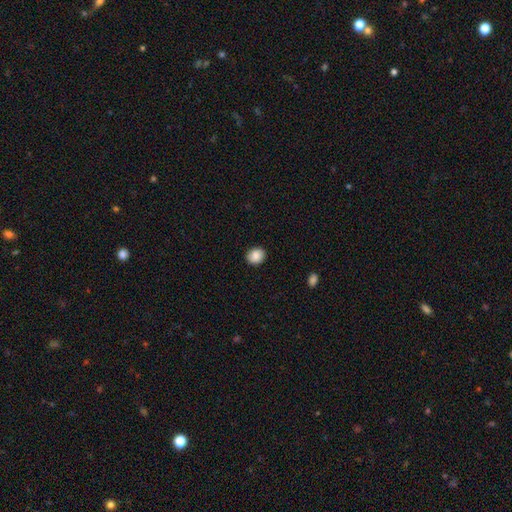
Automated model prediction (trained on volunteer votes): Smooth or featured? smooth (84%)
How rounded? round (62%)
Merging? none (88%)